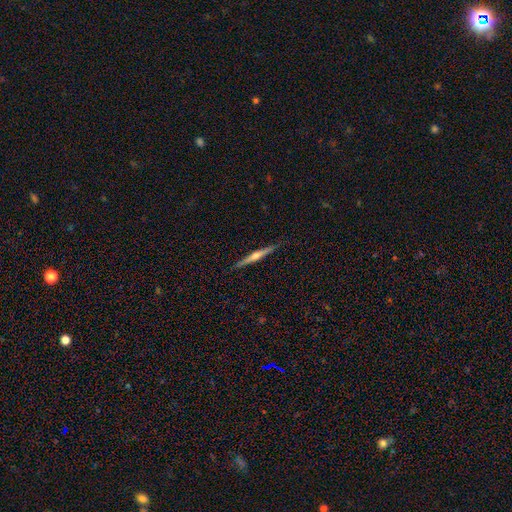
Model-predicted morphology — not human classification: Smooth or featured: featured or disk — 70% (smooth — 24%)
Edge-on disk: yes — 98% (no — 2%)
Edge-on bulge: rounded — 86% (none — 9%)
Merging: none — 90% (minor disturbance — 8%)